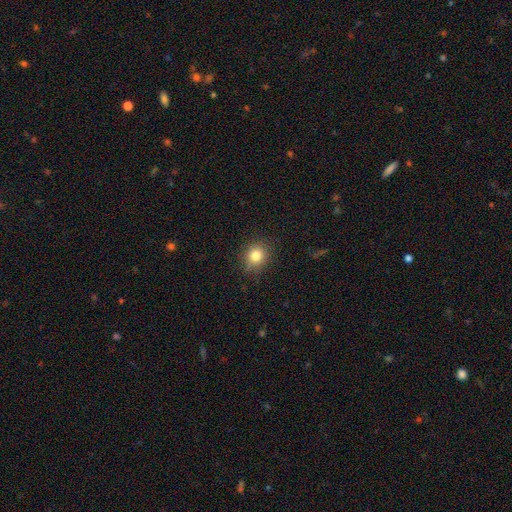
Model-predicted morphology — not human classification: Overall: smooth (81%). How rounded: round (83%). Merging: none (85%).